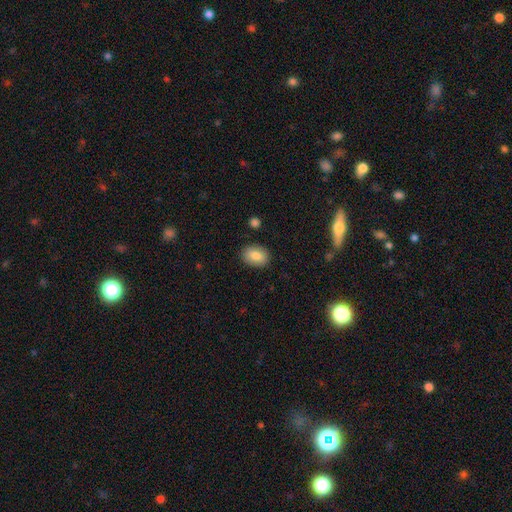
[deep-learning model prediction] Smooth or featured? smooth (84%)
How rounded? in between (77%)
Merging? none (87%)